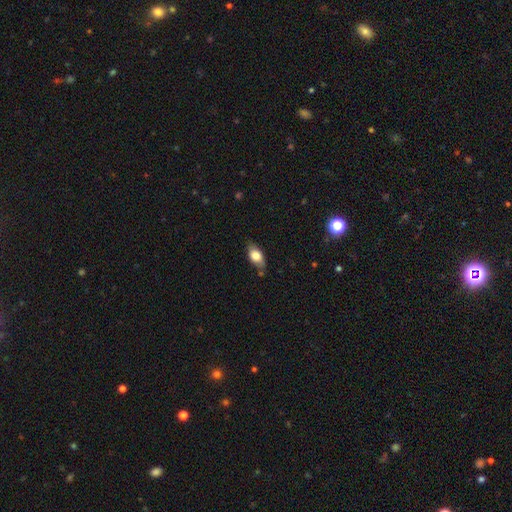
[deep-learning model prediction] Q: Smooth or featured?
A: smooth (75%); runner-up: featured or disk (18%)
Q: How rounded?
A: in between (87%); runner-up: round (8%)
Q: Merging?
A: none (71%); runner-up: minor disturbance (22%)